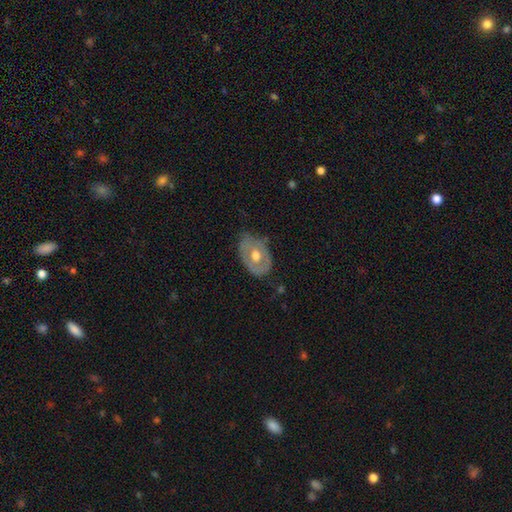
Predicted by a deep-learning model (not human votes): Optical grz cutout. It shows a featured or disk galaxy (55%) with no bar (84%), no spiral arms (75%) and a moderate central bulge (75%). Merging: none (58%).